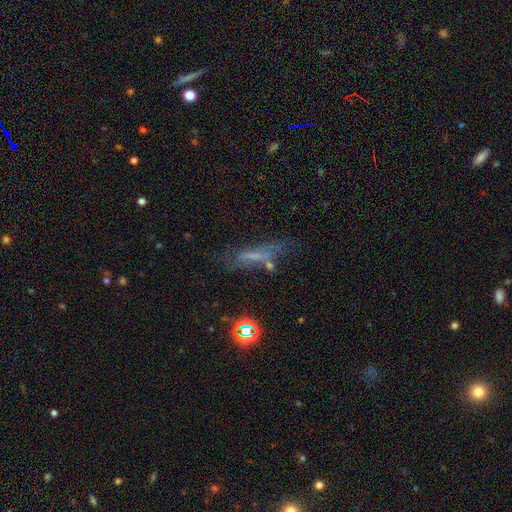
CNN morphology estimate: Smooth or featured?
  - smooth: 40% *
  - featured or disk: 38%
  - star or artifact: 23%
Merging?
  - none: 52% *
  - minor disturbance: 23%
  - major disturbance: 18%
  - merger: 8%